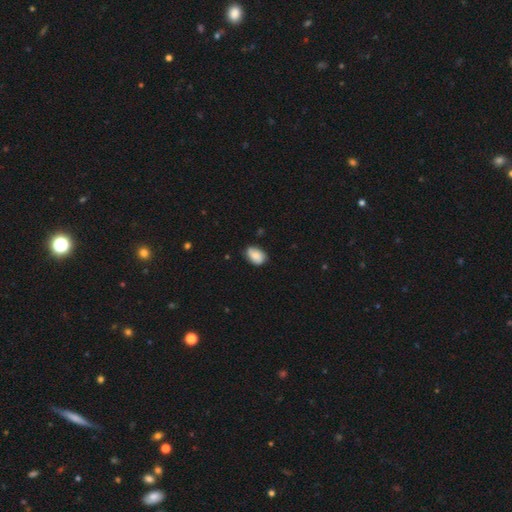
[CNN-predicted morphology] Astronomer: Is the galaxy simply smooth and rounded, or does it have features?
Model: smooth — 83%.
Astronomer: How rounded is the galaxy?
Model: in between — 86%.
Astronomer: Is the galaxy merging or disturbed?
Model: none — 70%.